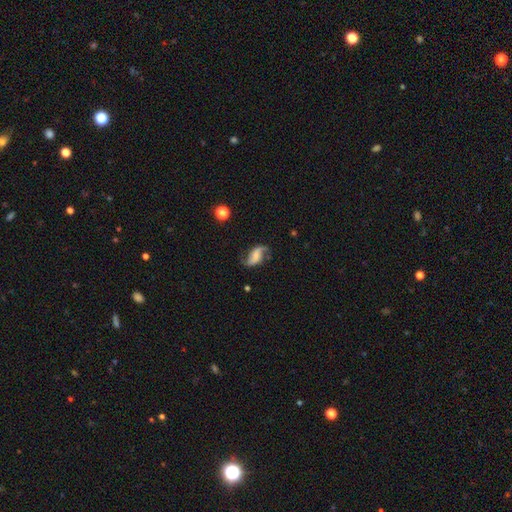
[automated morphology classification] type=featured or disk (79%); edge-on=no (97%); bar=no (40%); spiral arms=yes (95%); winding=loose (74%); arm count=2 (92%); bulge=none (43%); merging=none (73%).